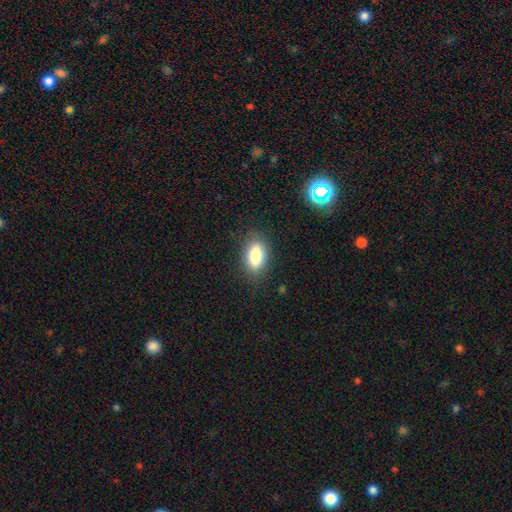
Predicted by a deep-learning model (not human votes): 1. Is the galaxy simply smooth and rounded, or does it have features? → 84% smooth, 8% featured or disk, 8% star or artifact.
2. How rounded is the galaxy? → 88% in between, 8% cigar-shaped, 4% round.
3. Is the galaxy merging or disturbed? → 84% none, 12% minor disturbance, 3% major disturbance, 1% merger.